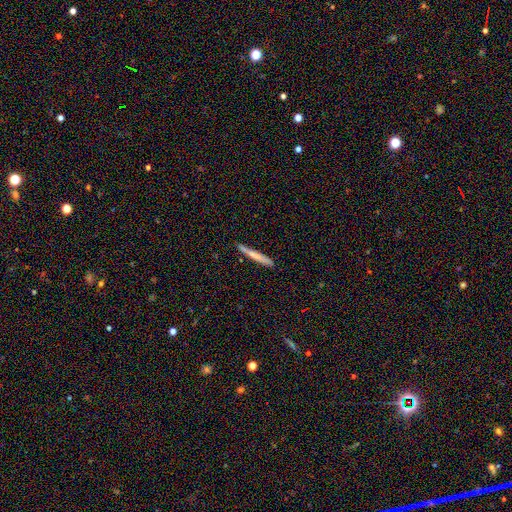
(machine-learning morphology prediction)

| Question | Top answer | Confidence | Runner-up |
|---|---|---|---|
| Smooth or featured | smooth | 70% | featured or disk (23%) |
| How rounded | cigar-shaped | 96% | in between (3%) |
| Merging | none | 79% | minor disturbance (15%) |